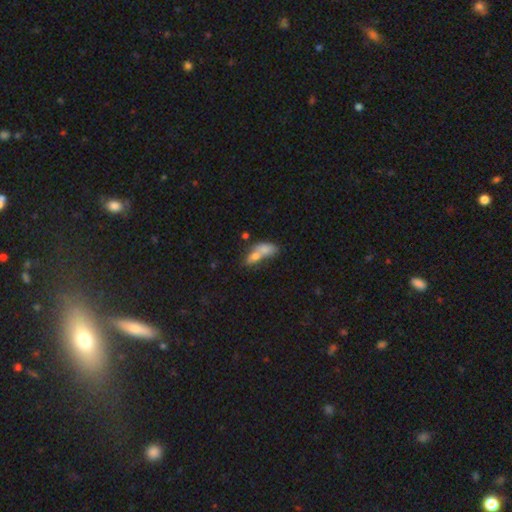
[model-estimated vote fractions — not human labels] Smooth or featured? smooth (70%)
How rounded? in between (72%)
Merging? merger (60%)